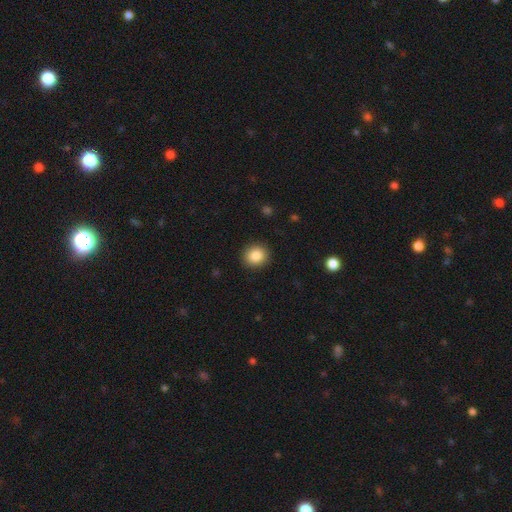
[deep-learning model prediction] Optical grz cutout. It shows a smooth galaxy with no disk features (87%) that is round (85%). Merging: none (91%).